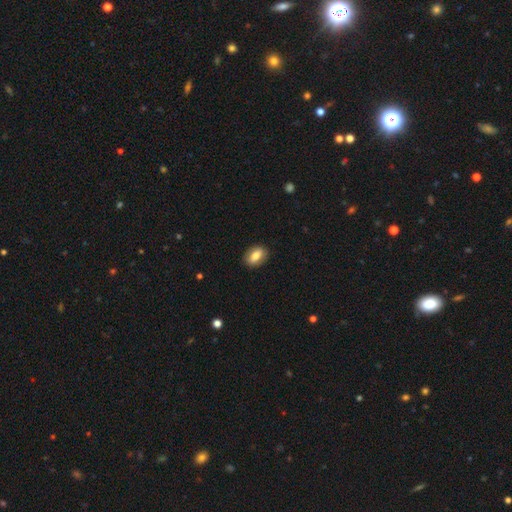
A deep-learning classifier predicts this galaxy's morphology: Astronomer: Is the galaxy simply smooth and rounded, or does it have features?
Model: smooth — 79%.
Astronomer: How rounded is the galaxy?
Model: in between — 84%.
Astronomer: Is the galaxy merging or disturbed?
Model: none — 87%.